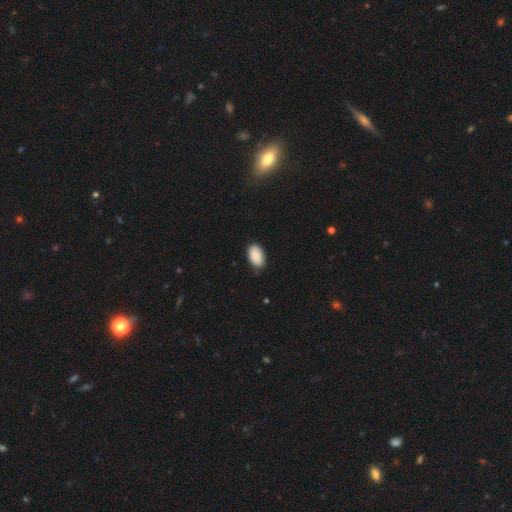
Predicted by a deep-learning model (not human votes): smooth-or-featured: smooth: 91% | star or artifact: 7% | featured or disk: 3%
  how-rounded: in between: 94% | round: 5% | cigar-shaped: 1%
  merging: none: 82% | minor disturbance: 15% | major disturbance: 2% | merger: 1%